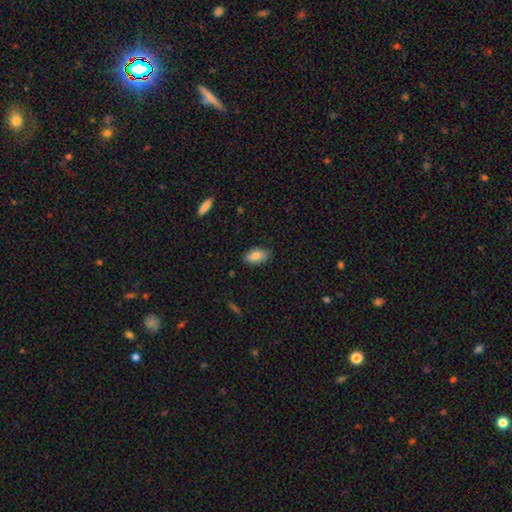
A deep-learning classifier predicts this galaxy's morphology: Smooth or featured? Predicted: smooth (p=0.82). How rounded? Predicted: in between (p=0.92). Merging? Predicted: none (p=0.85).